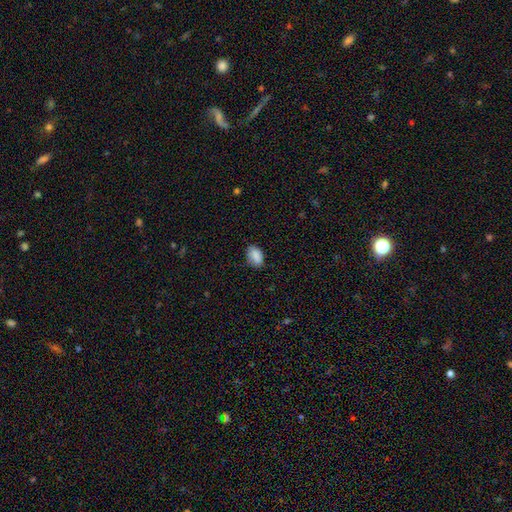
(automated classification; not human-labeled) The model was most divided on "merging": none: 75%, minor disturbance: 20%, major disturbance: 4%, merger: 1%. More confident: how rounded — in between (88%); smooth or featured — smooth (86%).